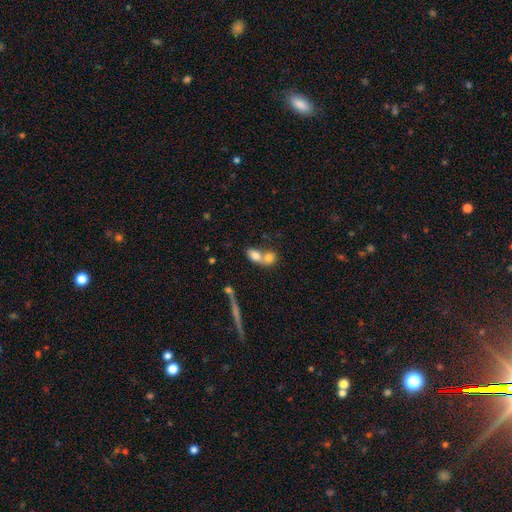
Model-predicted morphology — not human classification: smooth_or_featured: smooth (p=0.73) [alt: featured or disk p=0.18]
how_rounded: in between (p=0.68) [alt: round p=0.28]
merging: merger (p=0.67) [alt: none p=0.23]